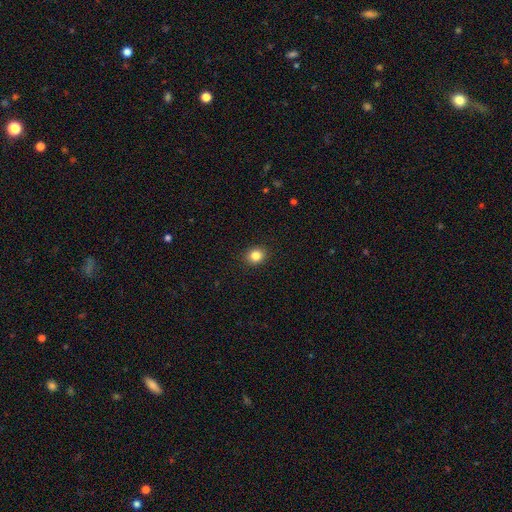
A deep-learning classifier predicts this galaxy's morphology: Q: Smooth or featured?
A: smooth (85%); runner-up: star or artifact (11%)
Q: How rounded?
A: round (75%); runner-up: in between (25%)
Q: Merging?
A: none (92%); runner-up: minor disturbance (6%)